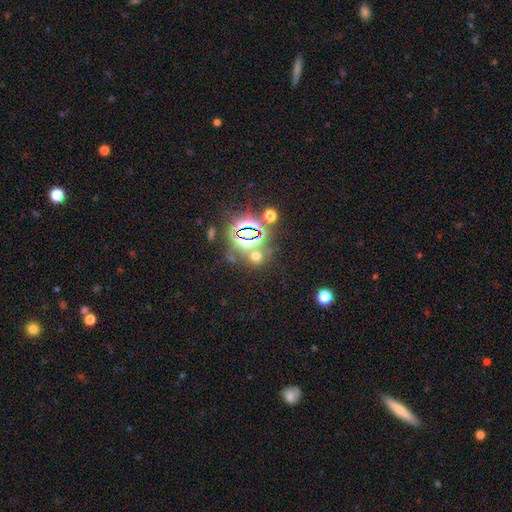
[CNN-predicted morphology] smooth-or-featured: star or artifact: 51% | smooth: 41% | featured or disk: 8%